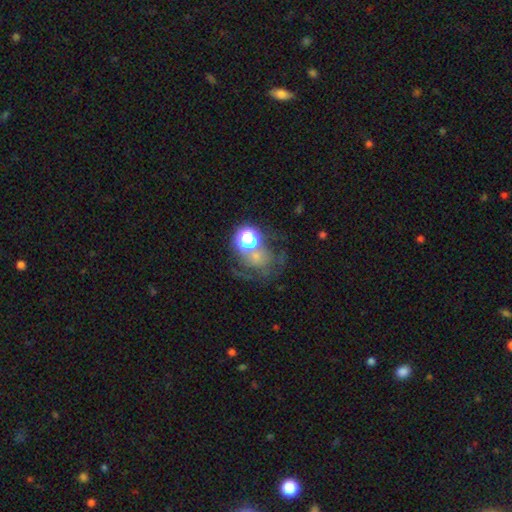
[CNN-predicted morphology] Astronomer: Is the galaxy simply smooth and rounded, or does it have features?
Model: smooth — 46% (runner-up: star or artifact, 27%).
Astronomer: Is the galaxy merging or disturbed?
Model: none — 40% (runner-up: major disturbance, 28%).